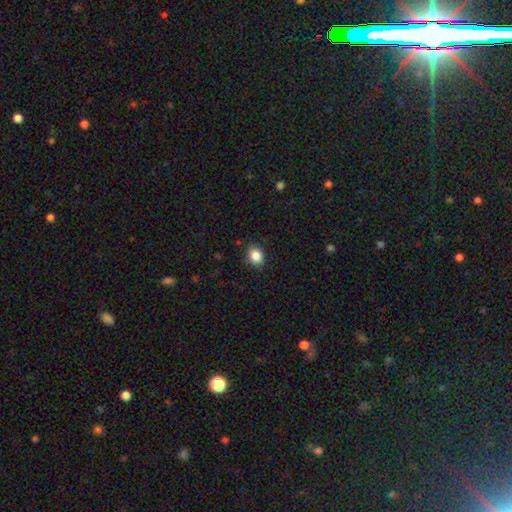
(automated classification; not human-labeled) Smooth or featured? smooth (86%)
How rounded? round (57%)
Merging? none (87%)